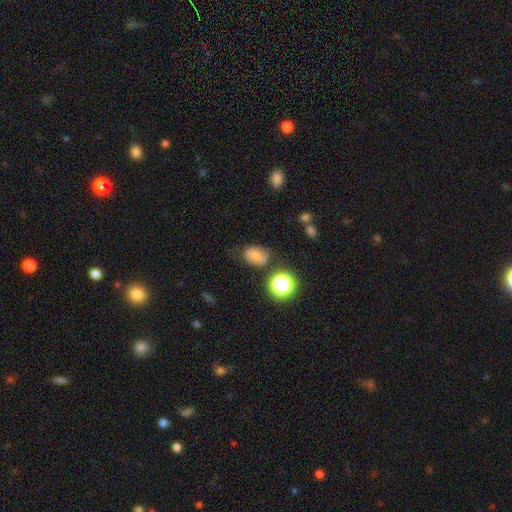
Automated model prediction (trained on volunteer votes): Overall: smooth (73%). How rounded: in between (76%). Merging: none (68%).